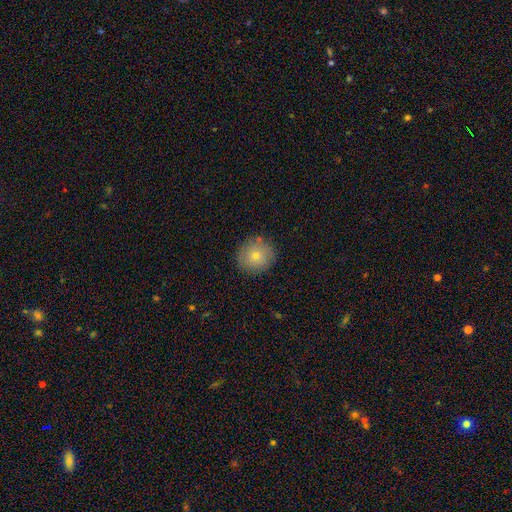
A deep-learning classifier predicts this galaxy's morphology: smooth-or-featured: smooth: 74% | featured or disk: 15% | star or artifact: 10%
  how-rounded: round: 89% | in between: 10% | cigar-shaped: 1%
  merging: none: 87% | minor disturbance: 10% | major disturbance: 2% | merger: 2%